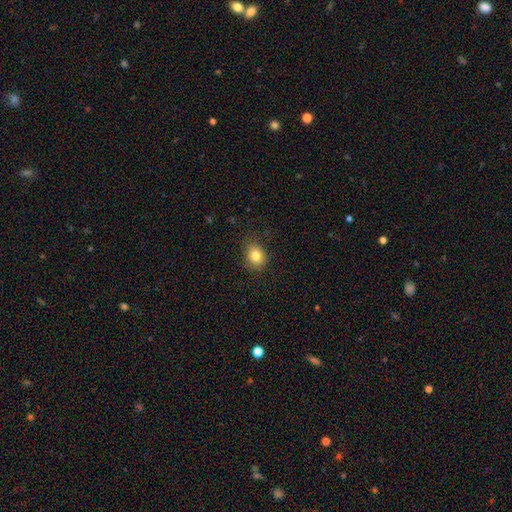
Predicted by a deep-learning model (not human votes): Morphology: type=smooth (82%); roundness=round (50%); merging=none (81%).